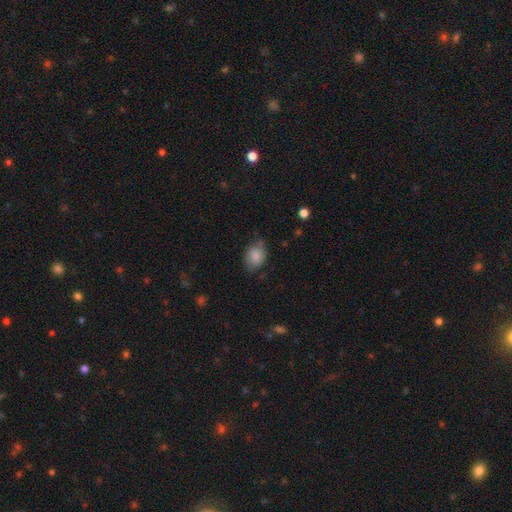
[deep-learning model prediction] This is clearly a smooth galaxy (81%). How rounded: likely in between (63%). Merging: likely none (63%).